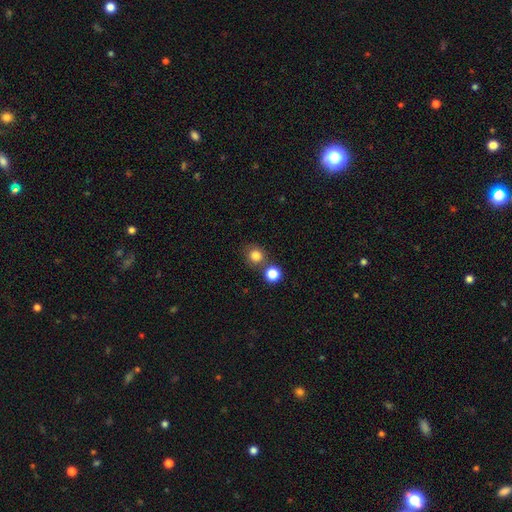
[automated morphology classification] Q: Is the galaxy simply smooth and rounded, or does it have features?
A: smooth — 81%.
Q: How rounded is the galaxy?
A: round — 88%.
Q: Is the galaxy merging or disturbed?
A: none — 67%.